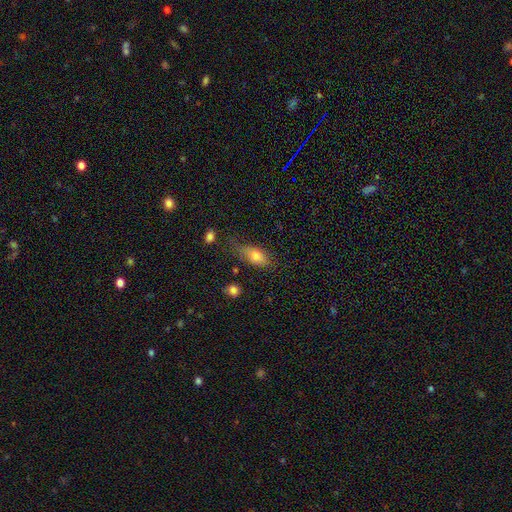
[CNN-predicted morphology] Smooth or featured: smooth — 77% (featured or disk — 14%)
How rounded: in between — 81% (cigar-shaped — 13%)
Merging: none — 55% (minor disturbance — 30%)